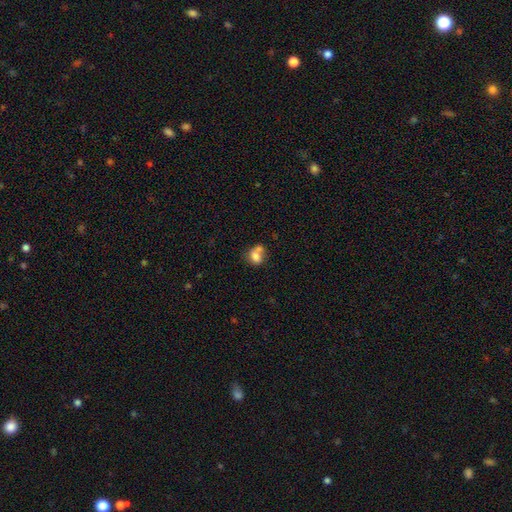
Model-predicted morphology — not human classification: Smooth or featured: smooth — 76% (featured or disk — 14%)
How rounded: round — 50% (in between — 49%)
Merging: merger — 48% (none — 31%)